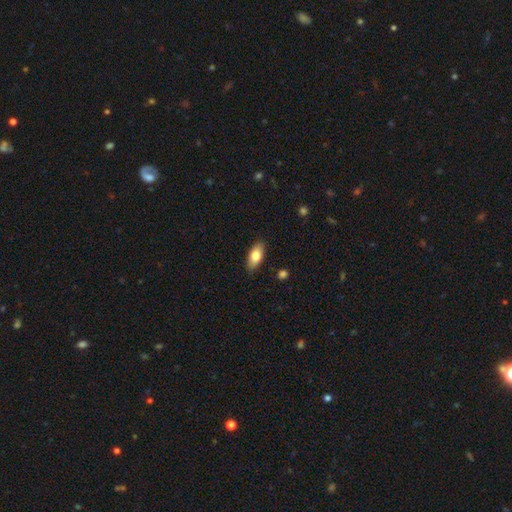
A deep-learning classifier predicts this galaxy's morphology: type=smooth (80%); roundness=in between (88%); merging=none (87%).